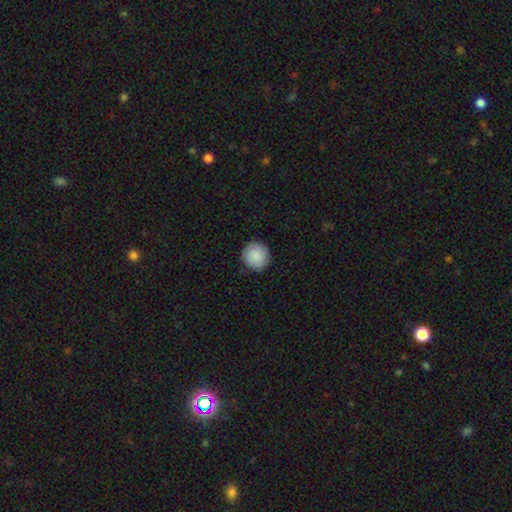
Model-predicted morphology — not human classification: Overall: smooth (89%). How rounded: round (94%). Merging: none (90%).